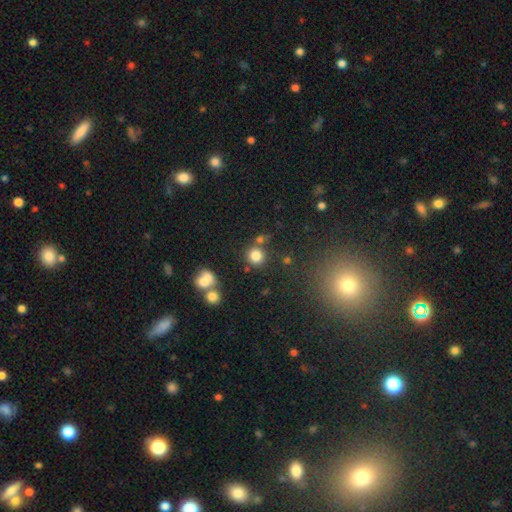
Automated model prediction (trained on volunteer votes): Smooth or featured?
  - smooth: 80% *
  - star or artifact: 13%
  - featured or disk: 7%
How rounded?
  - round: 89% *
  - in between: 10%
  - cigar-shaped: 1%
Merging?
  - none: 72% *
  - merger: 14%
  - minor disturbance: 10%
  - major disturbance: 4%